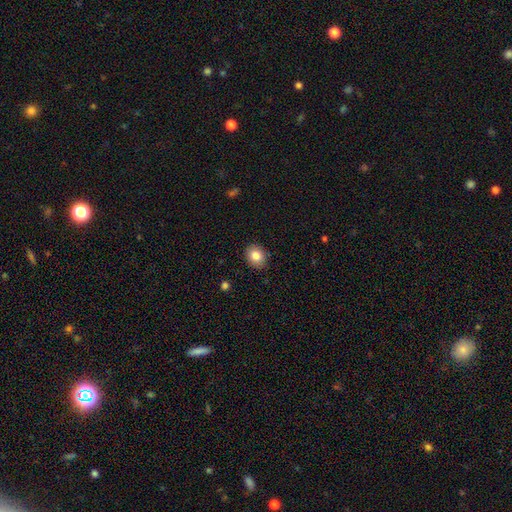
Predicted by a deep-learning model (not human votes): Morphology: type=smooth (83%); roundness=round (56%); merging=none (89%).